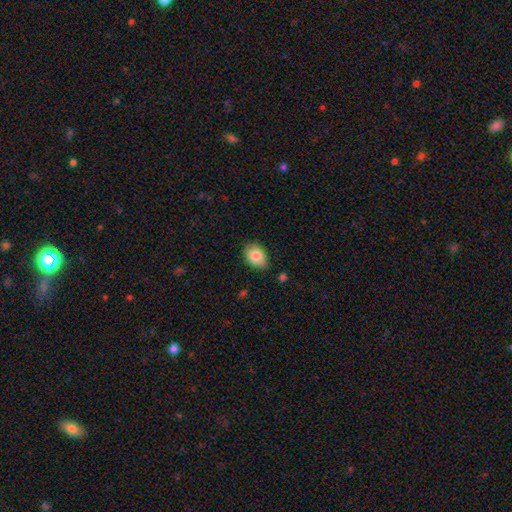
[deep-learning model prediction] This appears to be a smooth galaxy with no disk features (86%) that is in between round and cigar-shaped (79%). Merging: none (82%).